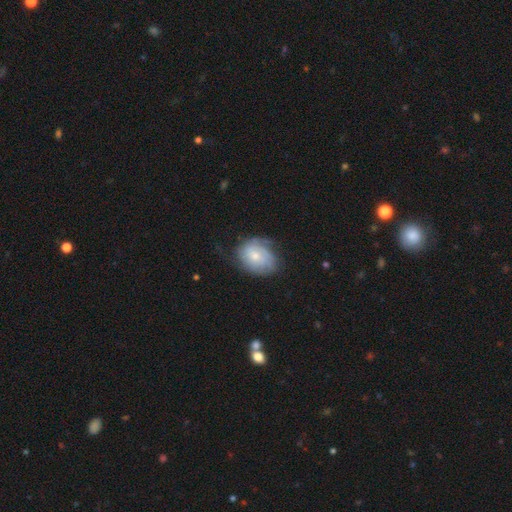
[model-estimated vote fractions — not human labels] A featured or disk galaxy (54%) with no bar (79%), spiral arms (77%) and a small central bulge (51%). Merging: none (54%).